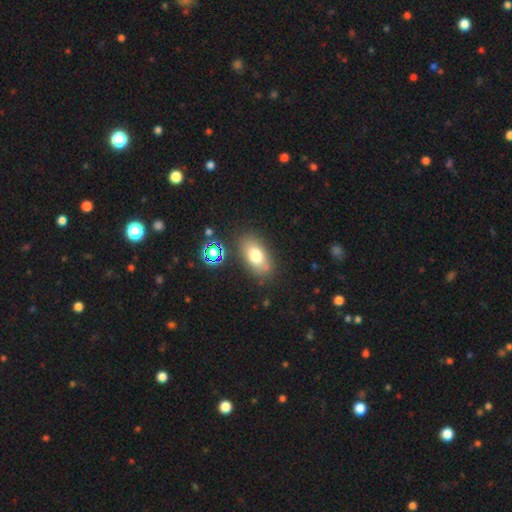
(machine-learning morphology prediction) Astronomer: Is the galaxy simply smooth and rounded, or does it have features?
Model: smooth — 74%.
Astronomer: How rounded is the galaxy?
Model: in between — 87%.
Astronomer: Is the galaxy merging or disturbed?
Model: none — 81%.